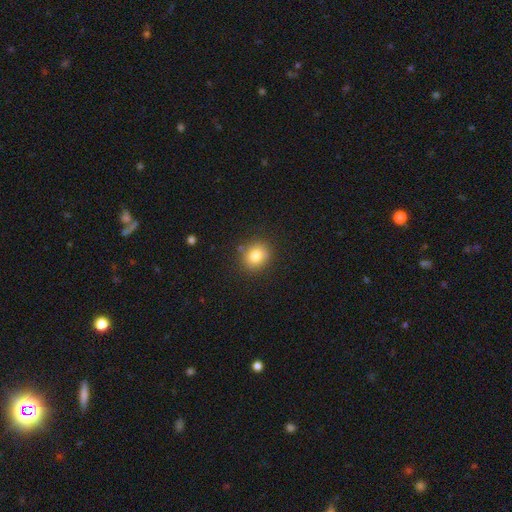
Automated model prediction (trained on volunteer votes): This is clearly a smooth galaxy (81%). How rounded: likely round (74%). Merging: clearly none (84%).